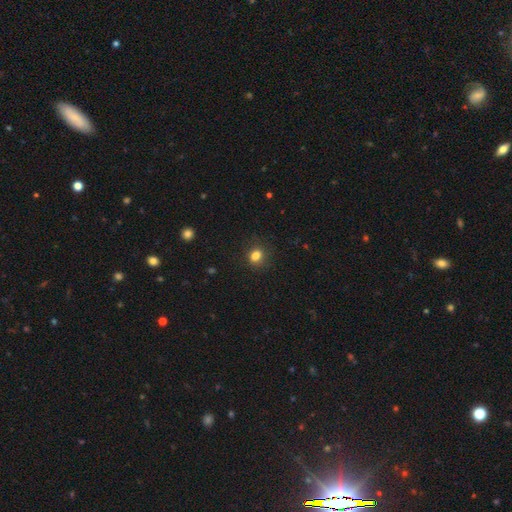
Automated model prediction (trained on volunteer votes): Overall: smooth (83%). How rounded: round (53%; in between 45%). Merging: none (84%).